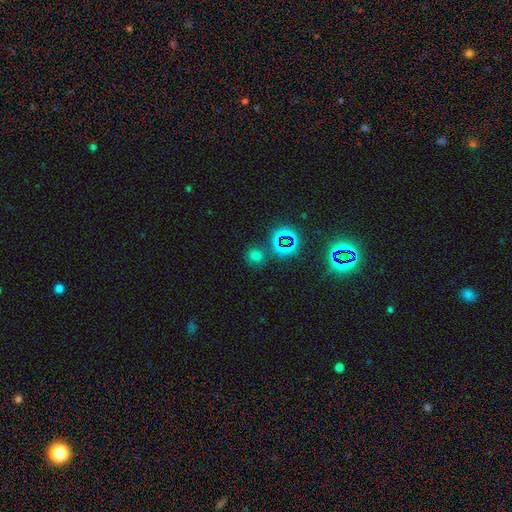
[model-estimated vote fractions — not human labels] Smooth or featured? smooth (59%)
How rounded? round (80%)
Merging? none (78%)